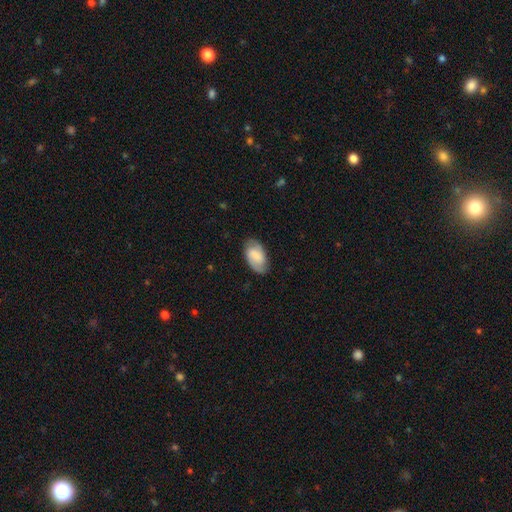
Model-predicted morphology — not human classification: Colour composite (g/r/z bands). It shows a featured or disk galaxy (57%) with a weak bar (49%), spiral arms (90%) and a small central bulge (33%). Merging: none (82%).